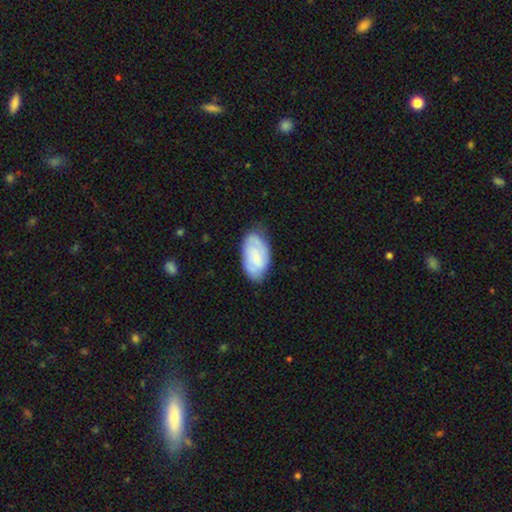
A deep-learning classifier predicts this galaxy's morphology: Smooth or featured? Predicted: featured or disk (p=0.47). Merging? Predicted: none (p=0.72).